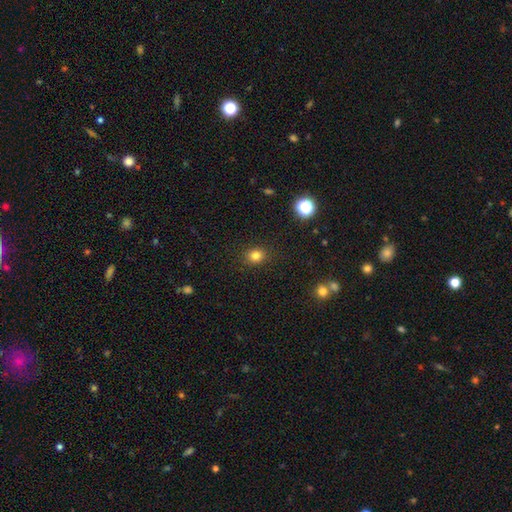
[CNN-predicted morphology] The model was most divided on "how rounded": round: 68%, in between: 31%, cigar-shaped: 1%. More confident: merging — none (88%); smooth or featured — smooth (81%).